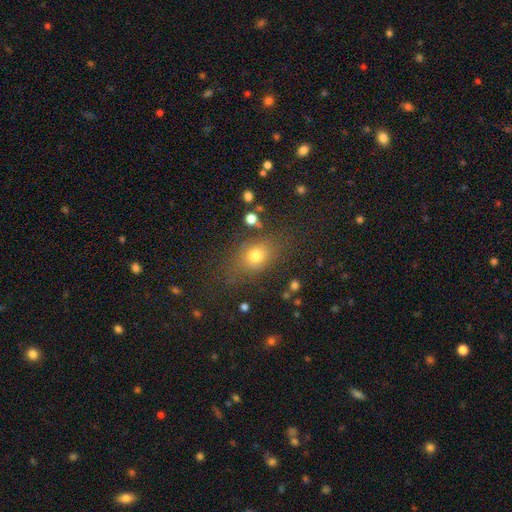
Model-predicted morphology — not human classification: Smooth or featured: smooth — 74% (star or artifact — 16%)
How rounded: in between — 51% (round — 47%)
Merging: none — 71% (minor disturbance — 17%)